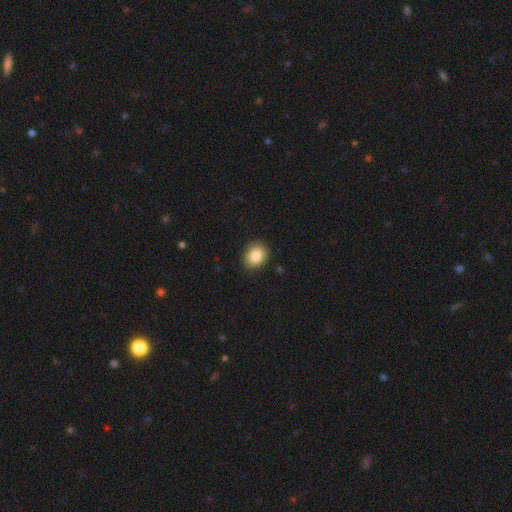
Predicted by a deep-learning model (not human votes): Smooth or featured?
  - smooth: 86% *
  - star or artifact: 8%
  - featured or disk: 6%
How rounded?
  - in between: 55% *
  - round: 44%
  - cigar-shaped: 1%
Merging?
  - none: 85% *
  - minor disturbance: 12%
  - major disturbance: 2%
  - merger: 1%